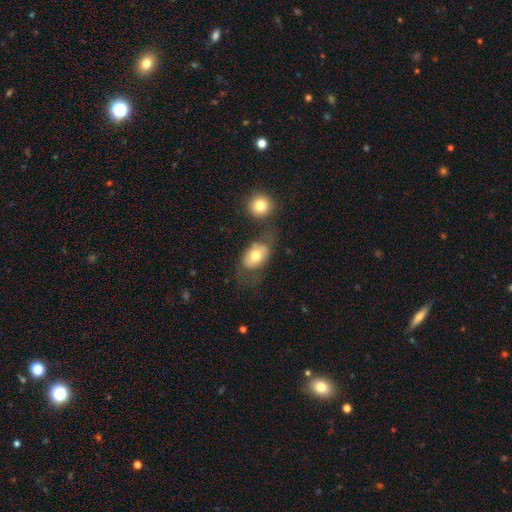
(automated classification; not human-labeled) smooth_or_featured: smooth (p=0.67) [alt: featured or disk p=0.26]
how_rounded: in between (p=0.81) [alt: round p=0.17]
merging: none (p=0.52) [alt: minor disturbance p=0.20]